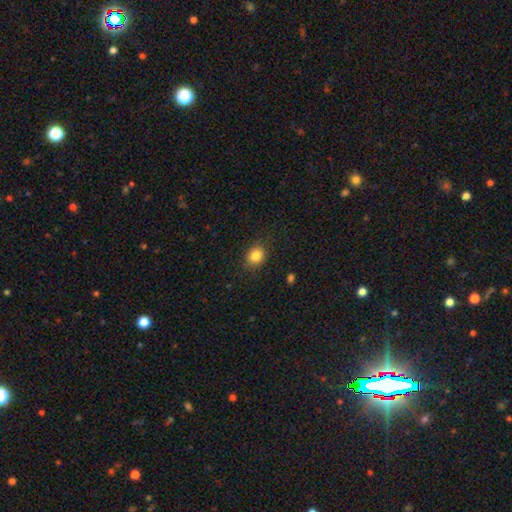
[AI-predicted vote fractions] smooth_or_featured: smooth (p=0.84) [alt: star or artifact p=0.10]
how_rounded: round (p=0.65) [alt: in between p=0.34]
merging: none (p=0.87) [alt: minor disturbance p=0.10]